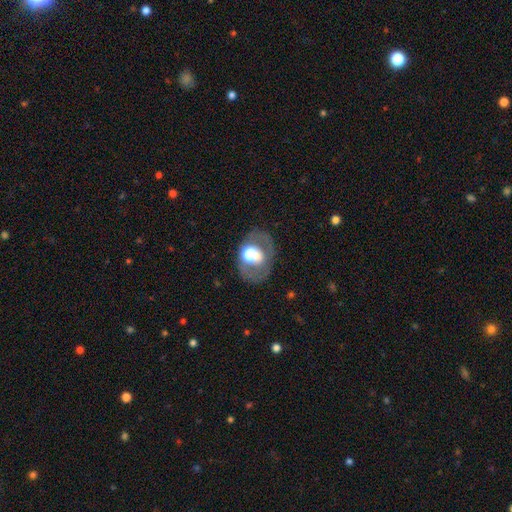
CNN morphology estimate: smooth_or_featured: featured or disk (p=0.45) [tied with: smooth p=0.45]
merging: none (p=0.54) [alt: minor disturbance p=0.20]